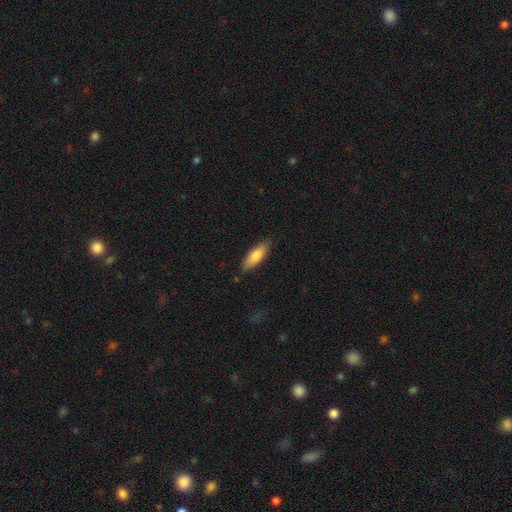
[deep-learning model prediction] Smooth or featured? smooth (78%)
How rounded? in between (53%)
Merging? none (83%)